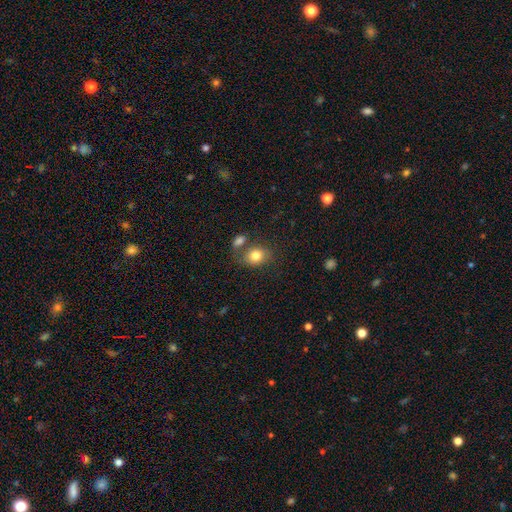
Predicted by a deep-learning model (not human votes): A smooth galaxy with no disk features (81%) that is in between round and cigar-shaped (55%).

Vote fractions:
- Smooth or featured? smooth: 81% / star or artifact: 10% / featured or disk: 9%
- How rounded? in between: 55% / round: 44% / cigar-shaped: 1%
- Merging? none: 61% / merger: 20% / minor disturbance: 14% / major disturbance: 5%